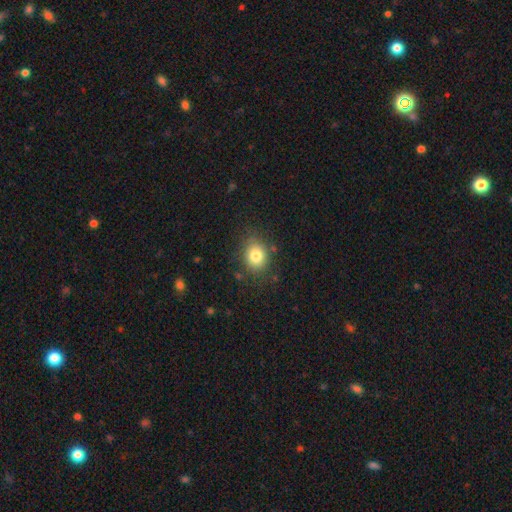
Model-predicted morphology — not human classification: This appears to be a smooth galaxy with no disk features (81%) that is round (58%). Merging: none (82%).